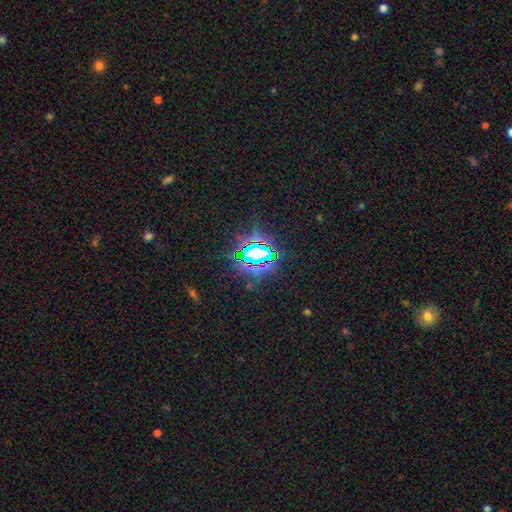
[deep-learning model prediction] star or artifact 76%, smooth 13%, featured or disk 10%.